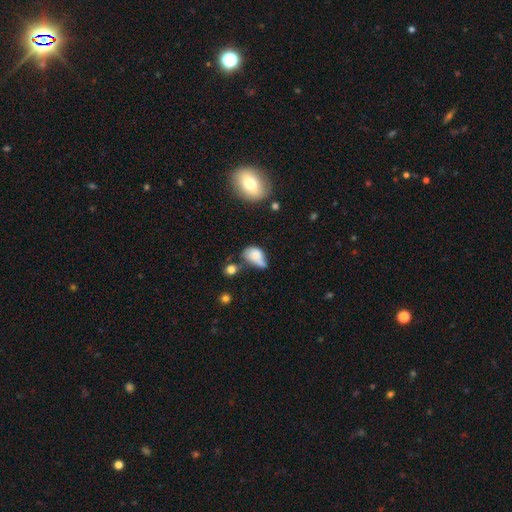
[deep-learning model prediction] Smooth or featured? Predicted: smooth (p=0.74). How rounded? Predicted: in between (p=0.81). Merging? Predicted: minor disturbance (p=0.33).